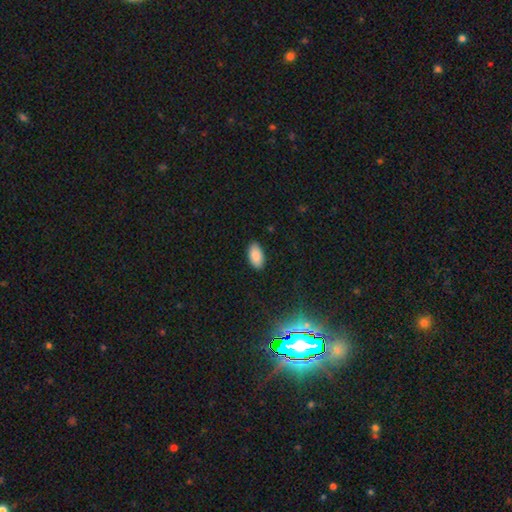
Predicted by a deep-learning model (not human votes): Q: Smooth or featured?
A: smooth (89%); runner-up: star or artifact (7%)
Q: How rounded?
A: in between (95%); runner-up: cigar-shaped (3%)
Q: Merging?
A: none (88%); runner-up: minor disturbance (9%)